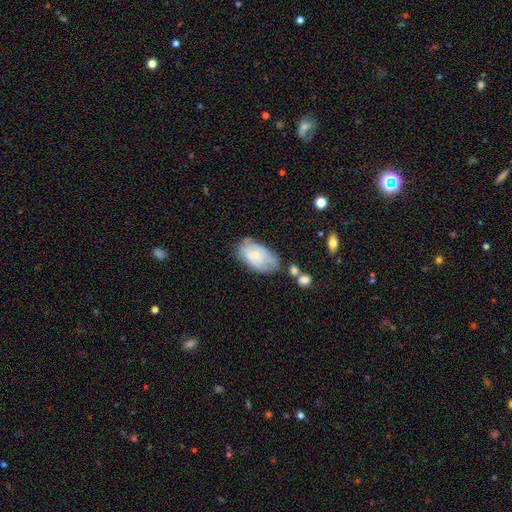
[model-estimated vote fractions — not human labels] Q: Smooth or featured?
A: smooth (56%); runner-up: featured or disk (35%)
Q: How rounded?
A: in between (93%); runner-up: round (5%)
Q: Merging?
A: none (51%); runner-up: minor disturbance (30%)